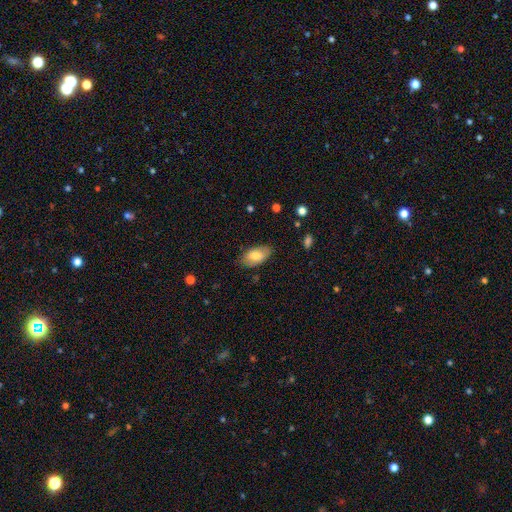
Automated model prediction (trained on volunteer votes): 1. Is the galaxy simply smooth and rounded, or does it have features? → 75% smooth, 19% featured or disk, 7% star or artifact.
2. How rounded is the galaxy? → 94% in between, 4% round, 3% cigar-shaped.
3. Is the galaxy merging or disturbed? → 80% none, 16% minor disturbance, 3% major disturbance, 1% merger.